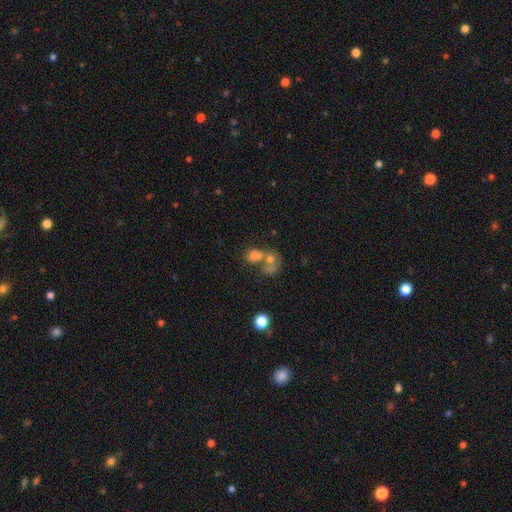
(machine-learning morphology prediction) smooth 58%, star or artifact 22%, featured or disk 20%. Down the decision tree: how rounded — in between (50%); merging — merger (54%).